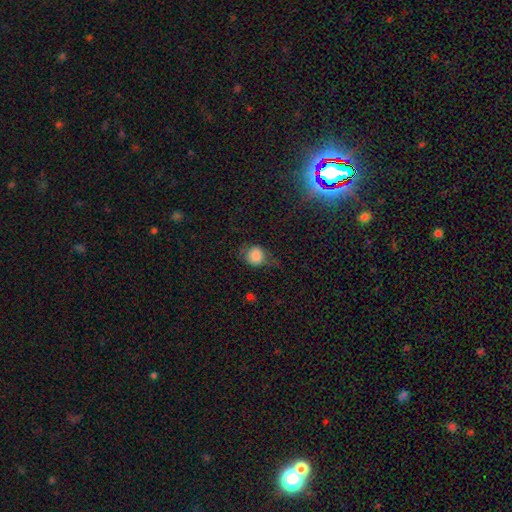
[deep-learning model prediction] Smooth or featured: smooth — 80% (star or artifact — 10%)
How rounded: round — 75% (in between — 23%)
Merging: none — 53% (minor disturbance — 29%)